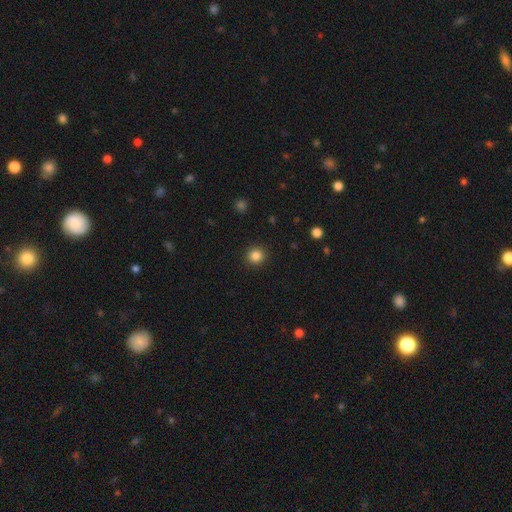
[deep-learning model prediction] Q: Smooth or featured?
A: smooth (85%); runner-up: star or artifact (11%)
Q: How rounded?
A: round (93%); runner-up: in between (6%)
Q: Merging?
A: none (92%); runner-up: minor disturbance (5%)